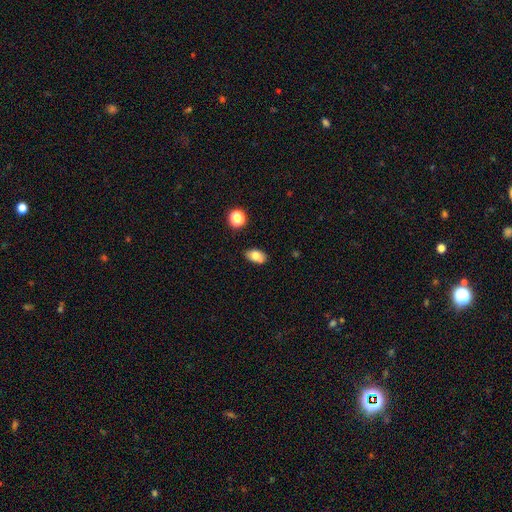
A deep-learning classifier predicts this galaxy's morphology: Q: Smooth or featured?
A: smooth (78%); runner-up: featured or disk (13%)
Q: How rounded?
A: in between (87%); runner-up: round (11%)
Q: Merging?
A: none (78%); runner-up: minor disturbance (14%)